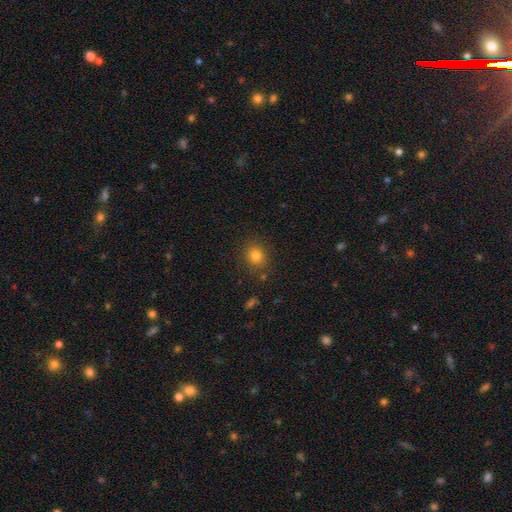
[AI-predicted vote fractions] This is clearly a smooth galaxy (81%). How rounded: likely round (70%). Merging: clearly none (83%).